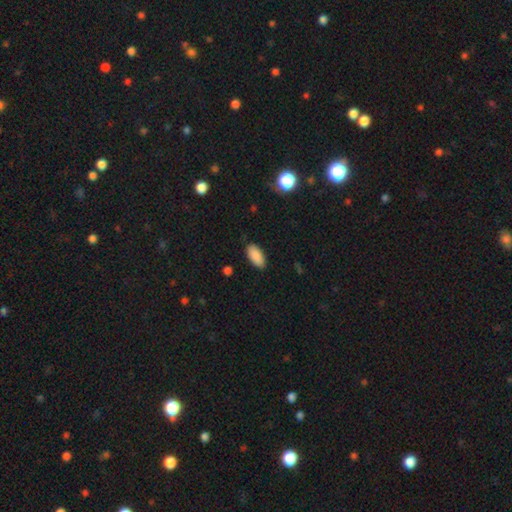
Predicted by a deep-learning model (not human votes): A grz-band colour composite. It shows a smooth galaxy with no disk features (89%) that is in between round and cigar-shaped (92%). Merging: none (87%).